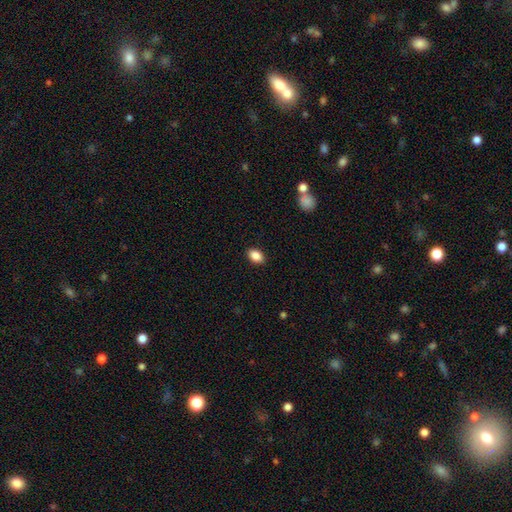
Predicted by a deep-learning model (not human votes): Q: Smooth or featured?
A: smooth (88%); runner-up: star or artifact (8%)
Q: How rounded?
A: in between (82%); runner-up: round (16%)
Q: Merging?
A: none (89%); runner-up: minor disturbance (8%)